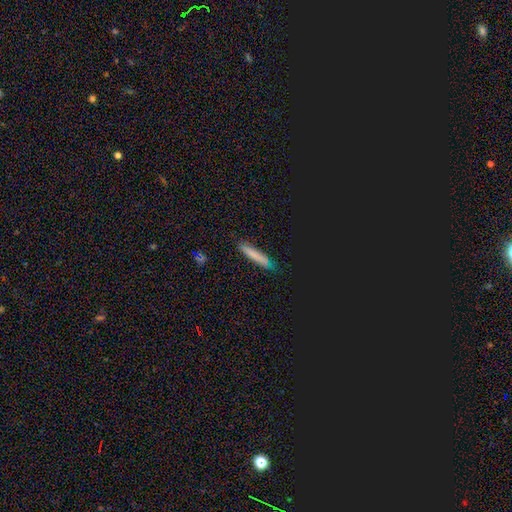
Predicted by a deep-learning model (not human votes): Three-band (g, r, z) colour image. It shows a smooth galaxy with no disk features (69%) that is cigar-shaped (92%). Merging: none (83%).